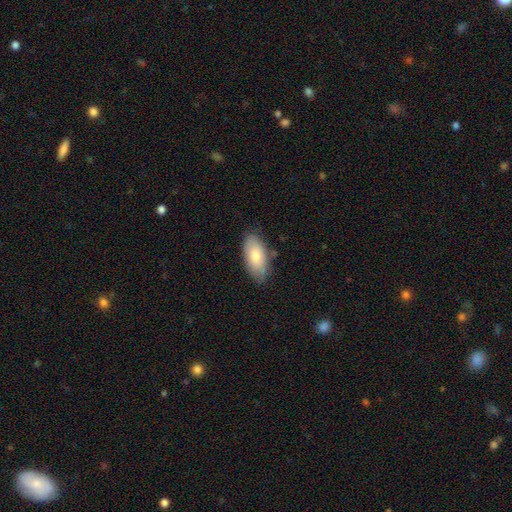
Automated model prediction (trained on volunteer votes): Smooth or featured? smooth (78%)
How rounded? in between (92%)
Merging? none (78%)